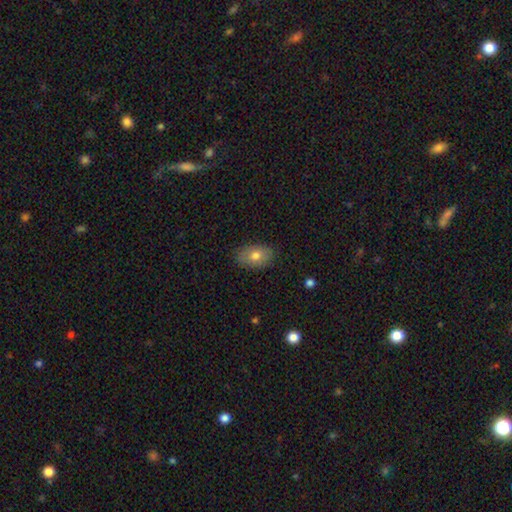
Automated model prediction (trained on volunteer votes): Morphology: type=smooth (74%); roundness=in between (87%); merging=none (84%).